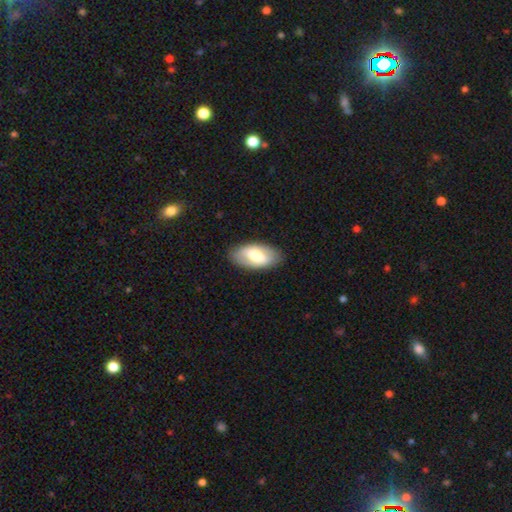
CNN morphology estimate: A smooth galaxy with no disk features (57%) that is in between round and cigar-shaped (94%).

Vote fractions:
- Smooth or featured? smooth: 57% / featured or disk: 38% / star or artifact: 6%
- How rounded? in between: 94% / round: 4% / cigar-shaped: 3%
- Merging? none: 86% / minor disturbance: 10% / major disturbance: 3% / merger: 1%